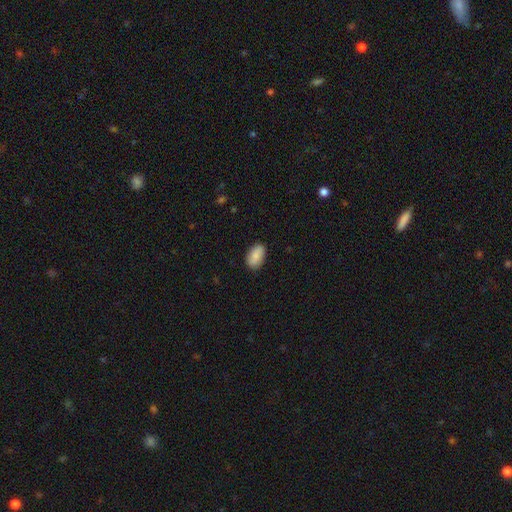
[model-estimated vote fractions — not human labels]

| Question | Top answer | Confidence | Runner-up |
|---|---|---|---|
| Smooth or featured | smooth | 86% | featured or disk (7%) |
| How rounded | in between | 92% | round (6%) |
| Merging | none | 85% | minor disturbance (11%) |